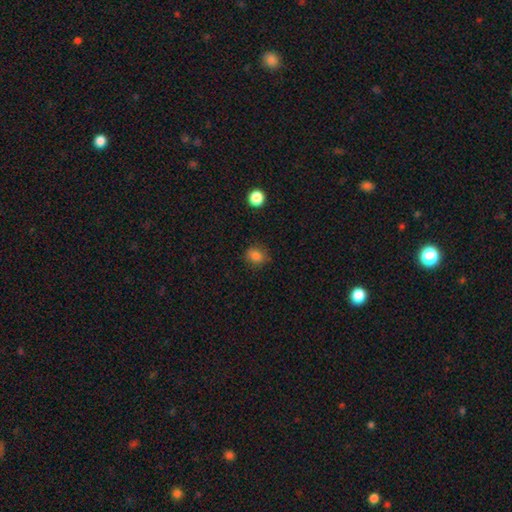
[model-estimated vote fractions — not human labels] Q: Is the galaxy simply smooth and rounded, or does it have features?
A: smooth — 83%.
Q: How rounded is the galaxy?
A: round — 55%.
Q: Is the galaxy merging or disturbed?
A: none — 79%.